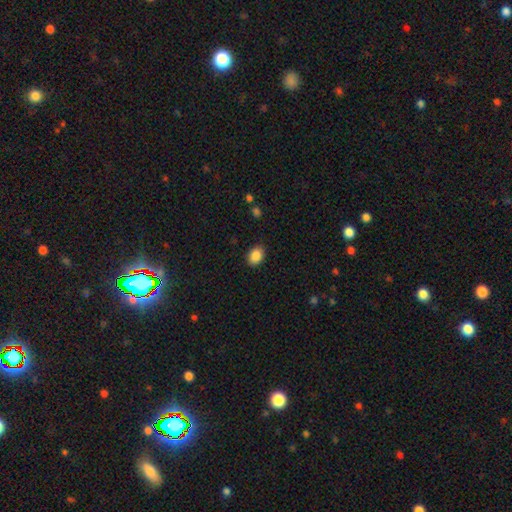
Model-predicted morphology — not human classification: smooth 87%, star or artifact 8%, featured or disk 4%. Down the decision tree: how rounded — in between (75%); merging — none (87%).